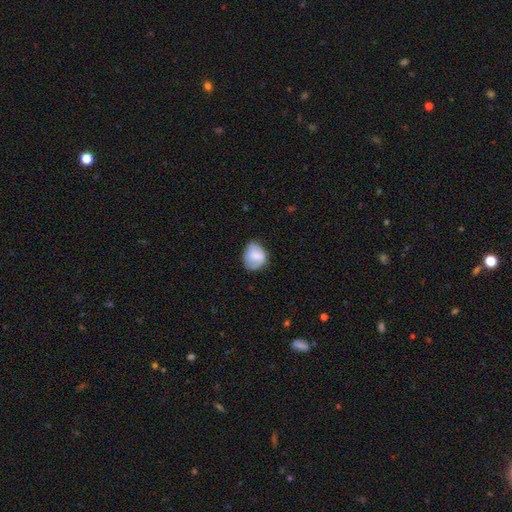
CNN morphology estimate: A smooth galaxy with no disk features (68%) that is in between round and cigar-shaped (51%).

Vote fractions:
- Smooth or featured? smooth: 68% / featured or disk: 25% / star or artifact: 7%
- How rounded? in between: 51% / round: 48% / cigar-shaped: 1%
- Merging? none: 62% / minor disturbance: 27% / major disturbance: 9% / merger: 2%